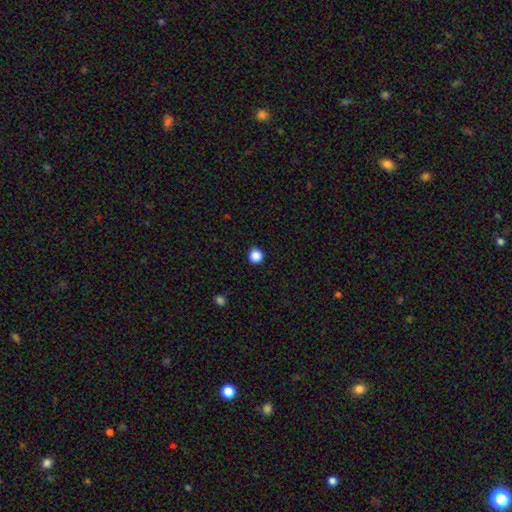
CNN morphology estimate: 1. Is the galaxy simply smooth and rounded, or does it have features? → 87% smooth, 11% star or artifact, 2% featured or disk.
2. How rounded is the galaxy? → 94% round, 5% in between, 1% cigar-shaped.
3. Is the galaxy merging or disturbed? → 91% none, 6% minor disturbance, 2% major disturbance, 1% merger.